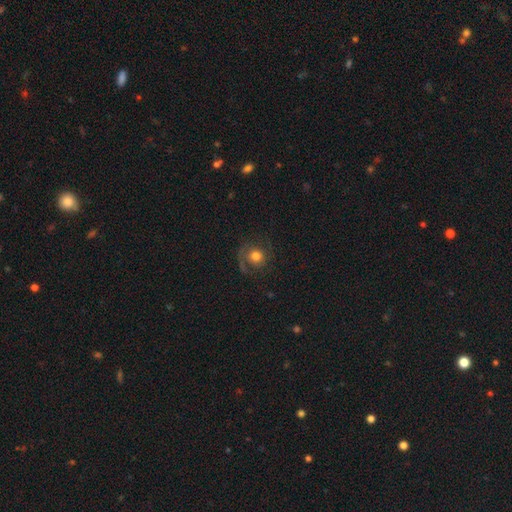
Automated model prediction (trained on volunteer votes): smooth_or_featured: featured or disk (p=0.48) [alt: smooth p=0.42]
merging: none (p=0.67) [alt: major disturbance p=0.16]